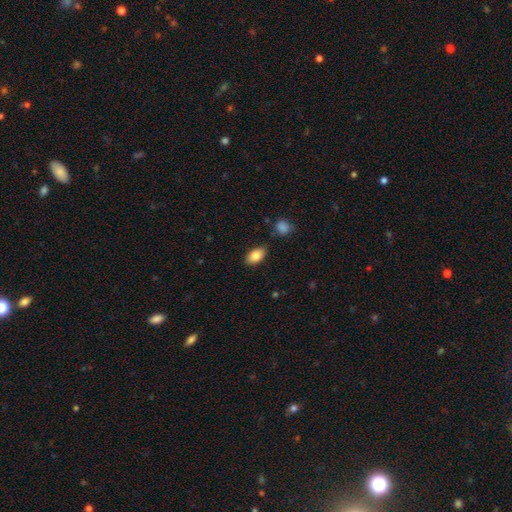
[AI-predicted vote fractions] Smooth or featured? smooth (85%)
How rounded? in between (91%)
Merging? none (80%)